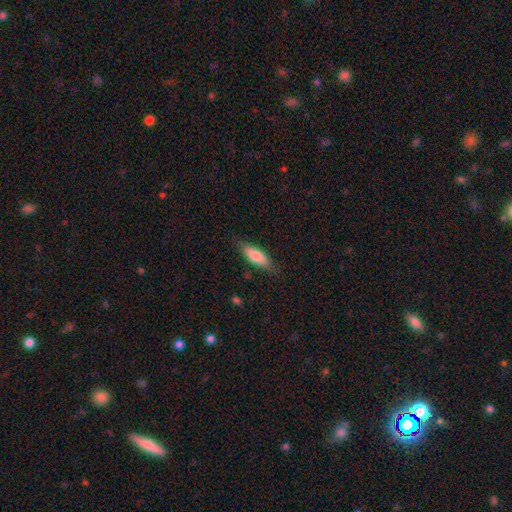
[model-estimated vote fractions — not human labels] Smooth or featured? smooth (80%)
How rounded? in between (59%)
Merging? none (79%)